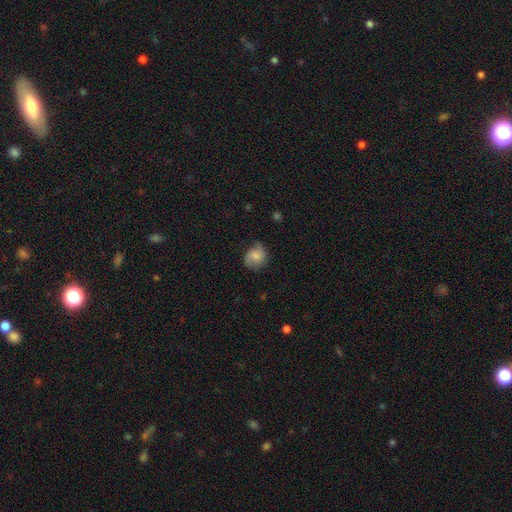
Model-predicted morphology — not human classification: smooth_or_featured: smooth (p=0.55) [alt: featured or disk p=0.37]
how_rounded: round (p=0.68) [alt: in between p=0.31]
merging: none (p=0.65) [alt: minor disturbance p=0.25]